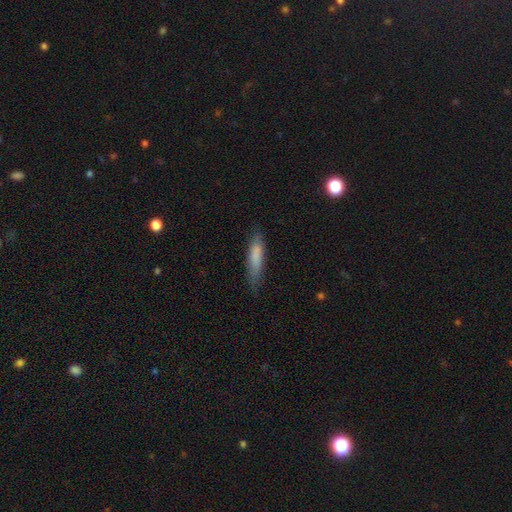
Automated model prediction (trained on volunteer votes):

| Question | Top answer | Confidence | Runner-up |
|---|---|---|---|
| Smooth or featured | smooth | 79% | featured or disk (14%) |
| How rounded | cigar-shaped | 74% | in between (24%) |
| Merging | none | 73% | minor disturbance (21%) |